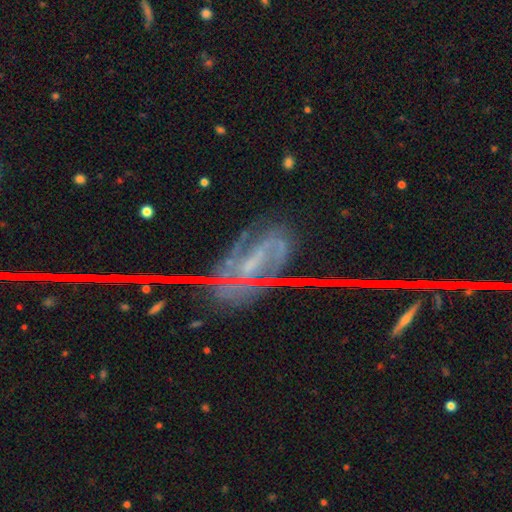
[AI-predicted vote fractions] Smooth or featured?
  - featured or disk: 66% *
  - star or artifact: 24%
  - smooth: 10%
Edge-on disk?
  - no: 80% *
  - yes: 20%
Bar?
  - strong: 36% *
  - no: 33%
  - weak: 31%
Spiral arms?
  - yes: 72% *
  - no: 28%
Bulge size?
  - small: 48% *
  - none: 32%
  - moderate: 15%
  - large: 2%
  - dominant: 2%
Merging?
  - none: 45% *
  - major disturbance: 27%
  - minor disturbance: 20%
  - merger: 8%